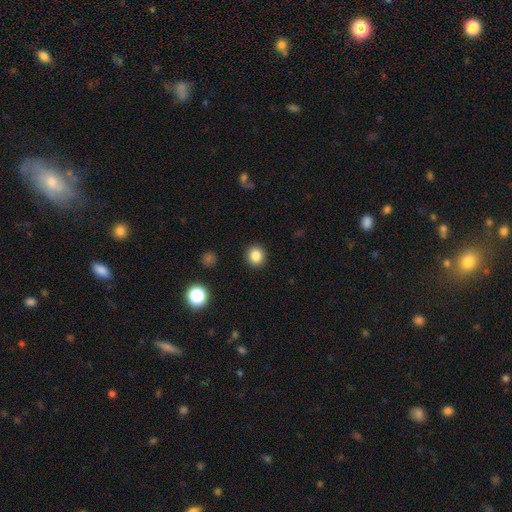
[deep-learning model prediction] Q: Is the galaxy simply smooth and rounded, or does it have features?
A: smooth — 85%.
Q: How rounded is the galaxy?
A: round — 84%.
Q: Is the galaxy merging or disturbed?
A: none — 91%.